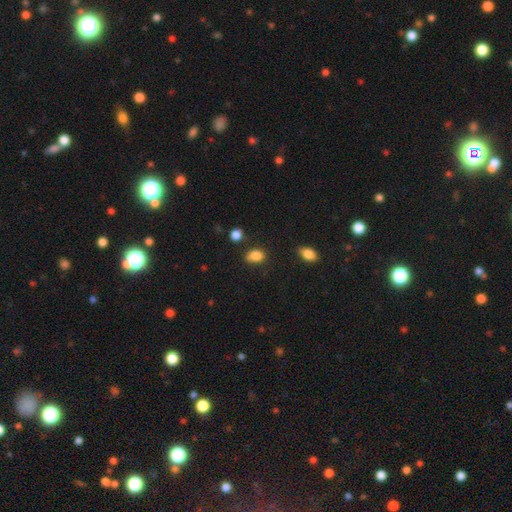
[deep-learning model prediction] A smooth galaxy with no disk features (85%) that is in between round and cigar-shaped (75%).

Vote fractions:
- Smooth or featured? smooth: 85% / star or artifact: 10% / featured or disk: 5%
- How rounded? in between: 75% / round: 24% / cigar-shaped: 2%
- Merging? none: 63% / minor disturbance: 26% / major disturbance: 6% / merger: 5%